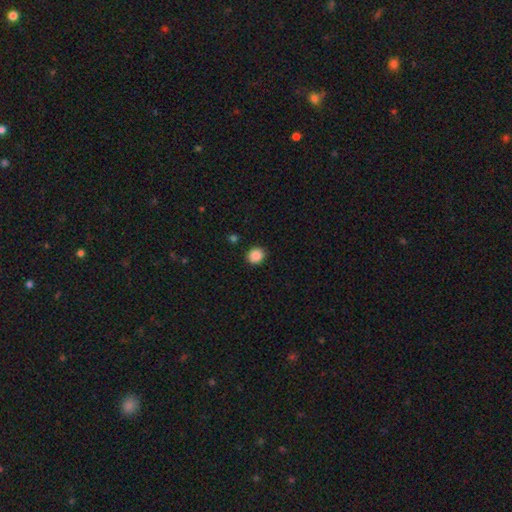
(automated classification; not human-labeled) Smooth or featured? smooth (88%)
How rounded? round (82%)
Merging? none (90%)